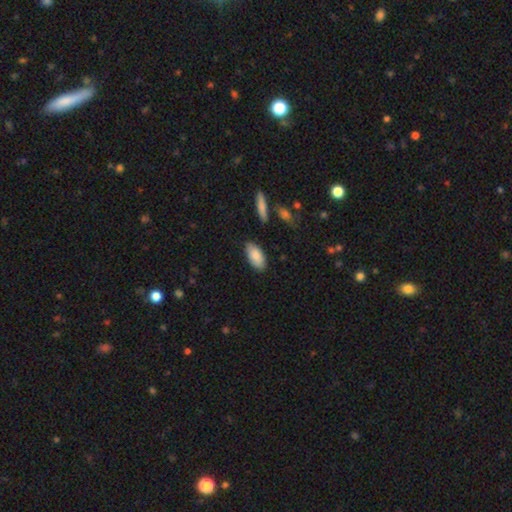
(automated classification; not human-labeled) smooth_or_featured: smooth (p=0.86) [alt: featured or disk p=0.08]
how_rounded: in between (p=0.92) [alt: cigar-shaped p=0.06]
merging: none (p=0.83) [alt: minor disturbance p=0.12]